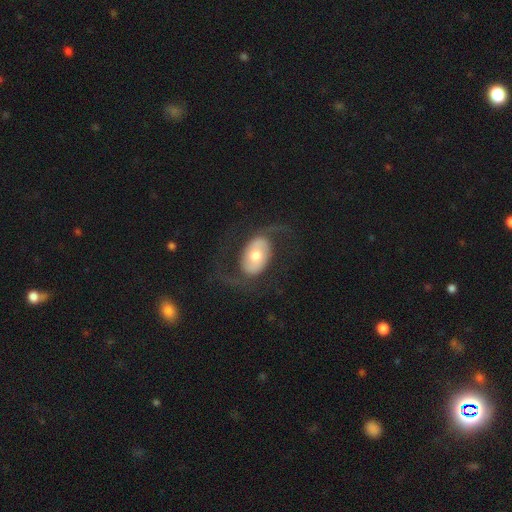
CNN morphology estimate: smooth_or_featured: featured or disk (p=0.71) [alt: smooth p=0.24]
disk_edge_on: no (p=0.95) [alt: yes p=0.05]
bar: no (p=0.59) [alt: weak p=0.26]
has_spiral_arms: yes (p=0.83) [alt: no p=0.17]
spiral_winding: loose (p=0.57) [alt: medium p=0.33]
spiral_arm_count: 2 (p=0.89) [alt: can't tell p=0.04]
bulge_size: moderate (p=0.65) [alt: small p=0.17]
merging: none (p=0.65) [alt: major disturbance p=0.20]